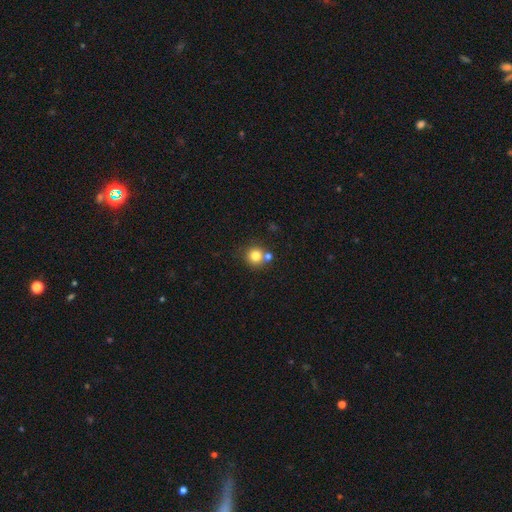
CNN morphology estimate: Overall: smooth (79%). How rounded: round (91%). Merging: none (64%; merger 24%).